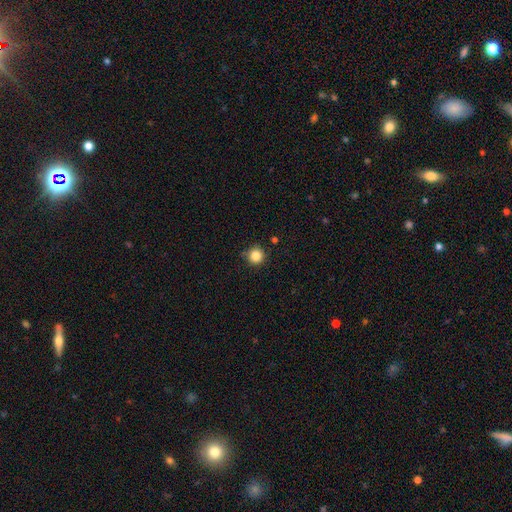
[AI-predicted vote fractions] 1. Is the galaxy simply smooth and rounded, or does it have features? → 85% smooth, 11% star or artifact, 4% featured or disk.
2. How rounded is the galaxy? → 95% round, 4% in between, 1% cigar-shaped.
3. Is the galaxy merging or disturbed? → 86% none, 9% minor disturbance, 3% merger, 2% major disturbance.